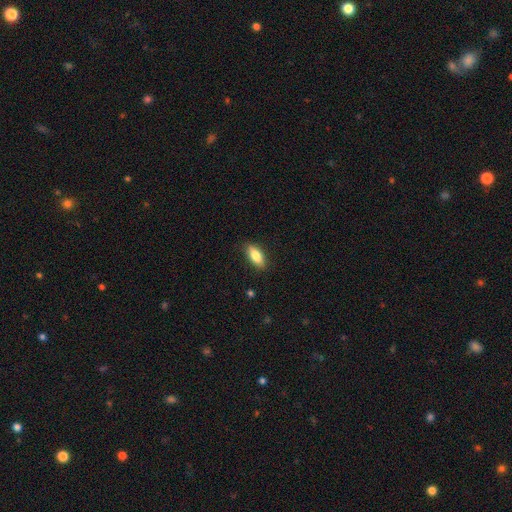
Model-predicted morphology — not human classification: Smooth or featured?
  - smooth: 81% *
  - featured or disk: 12%
  - star or artifact: 7%
How rounded?
  - in between: 81% *
  - cigar-shaped: 17%
  - round: 3%
Merging?
  - none: 87% *
  - minor disturbance: 10%
  - major disturbance: 2%
  - merger: 1%